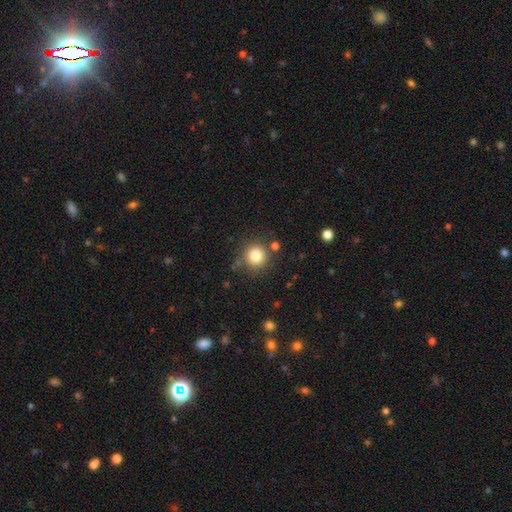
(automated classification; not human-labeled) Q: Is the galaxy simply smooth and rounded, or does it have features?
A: smooth — 82%.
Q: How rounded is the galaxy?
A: round — 93%.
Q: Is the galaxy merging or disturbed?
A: none — 82%.